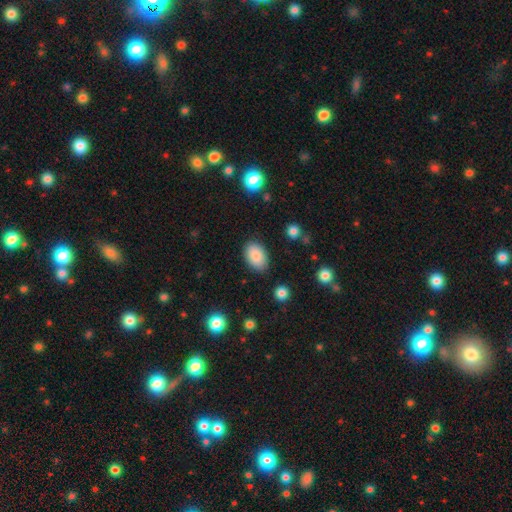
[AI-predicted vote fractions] A smooth galaxy with no disk features (87%) that is in between round and cigar-shaped (91%).

Vote fractions:
- Smooth or featured? smooth: 87% / star or artifact: 7% / featured or disk: 6%
- How rounded? in between: 91% / round: 8% / cigar-shaped: 1%
- Merging? none: 85% / minor disturbance: 11% / major disturbance: 3% / merger: 2%